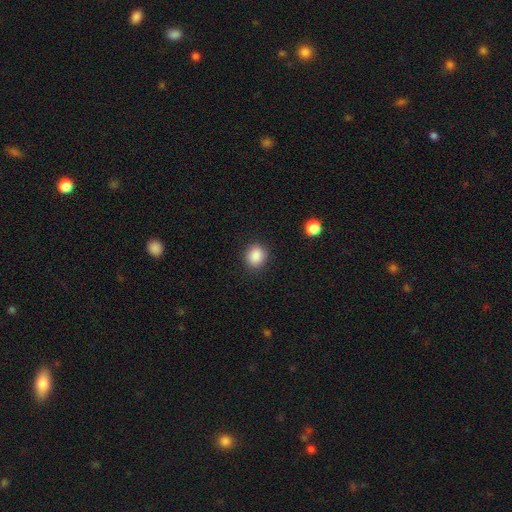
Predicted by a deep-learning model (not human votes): Morphology: type=smooth (88%); roundness=round (79%); merging=none (89%).